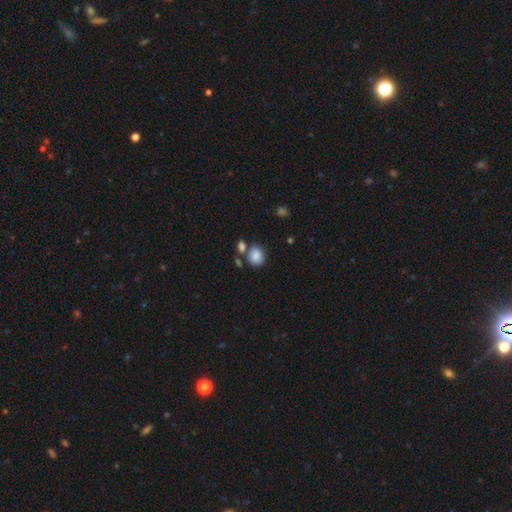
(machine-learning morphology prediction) This is clearly a smooth galaxy (85%). How rounded: likely round (60%). Merging: possibly none (55%).